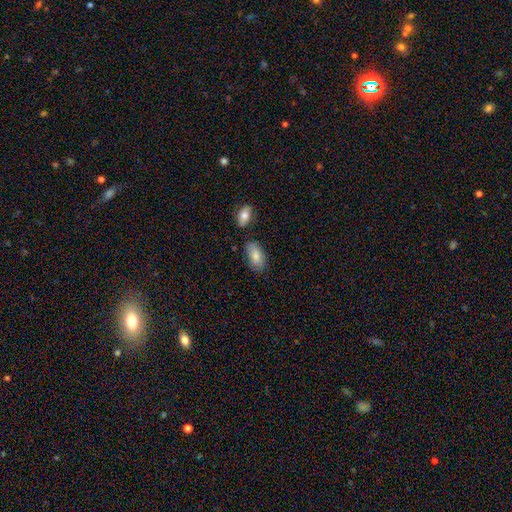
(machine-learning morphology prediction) Q: Smooth or featured?
A: smooth (83%); runner-up: featured or disk (11%)
Q: How rounded?
A: in between (93%); runner-up: cigar-shaped (3%)
Q: Merging?
A: none (71%); runner-up: minor disturbance (18%)